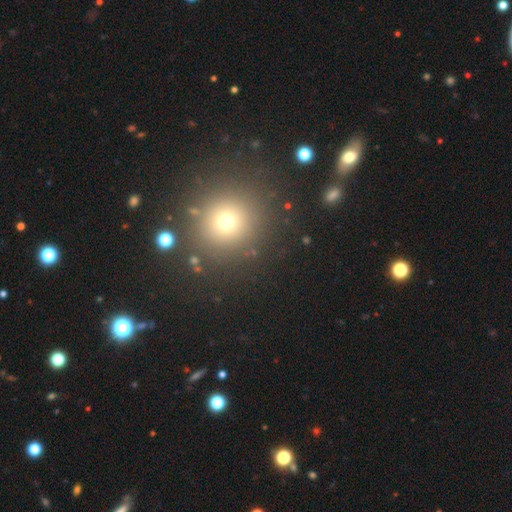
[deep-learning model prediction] smooth 56%, star or artifact 34%, featured or disk 10%. Down the decision tree: how rounded — round (93%); merging — none (87%).